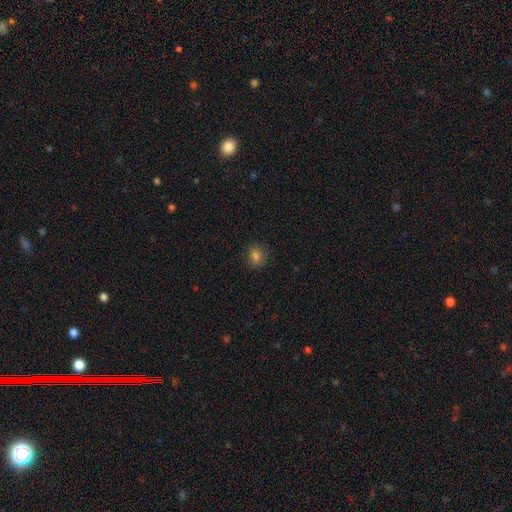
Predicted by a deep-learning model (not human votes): Q: Smooth or featured?
A: smooth (78%); runner-up: star or artifact (15%)
Q: How rounded?
A: round (68%); runner-up: in between (31%)
Q: Merging?
A: none (85%); runner-up: minor disturbance (11%)